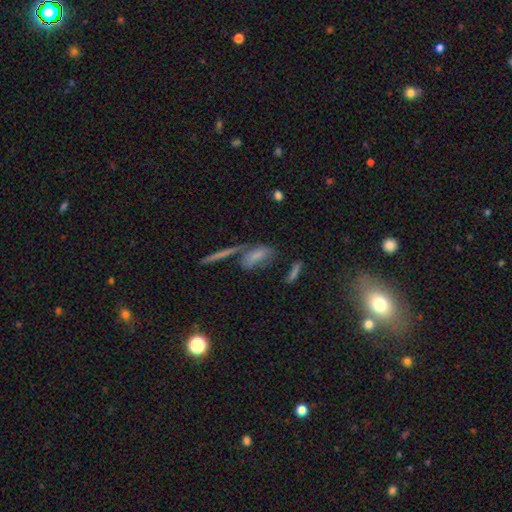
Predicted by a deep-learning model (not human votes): Smooth or featured? Predicted: smooth (p=0.43). Merging? Predicted: none (p=0.48).